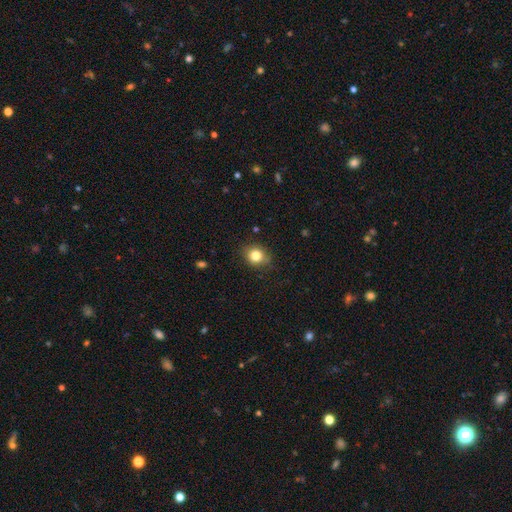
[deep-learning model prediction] Smooth or featured? Predicted: smooth (p=0.83). How rounded? Predicted: round (p=0.73). Merging? Predicted: none (p=0.80).